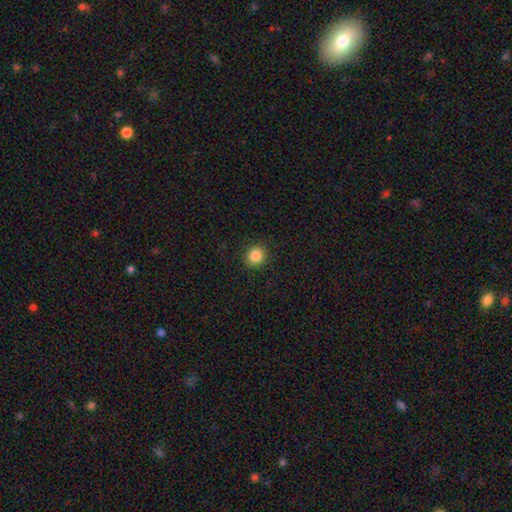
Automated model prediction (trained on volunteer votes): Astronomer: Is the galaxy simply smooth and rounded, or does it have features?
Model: smooth — 85%.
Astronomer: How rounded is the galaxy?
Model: round — 82%.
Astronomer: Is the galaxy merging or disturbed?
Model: none — 90%.